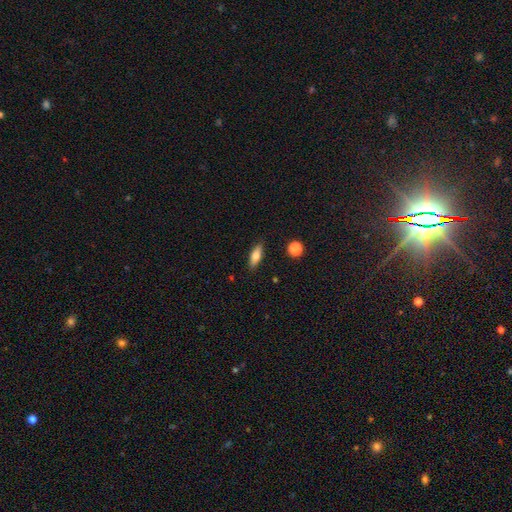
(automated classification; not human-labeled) Morphology: type=smooth (73%); roundness=in between (63%); merging=none (87%).